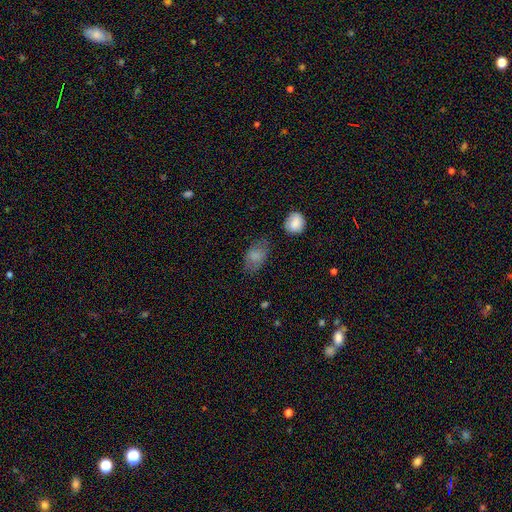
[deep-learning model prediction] Smooth or featured?
  - smooth: 81% *
  - featured or disk: 10%
  - star or artifact: 9%
How rounded?
  - in between: 86% *
  - round: 12%
  - cigar-shaped: 2%
Merging?
  - none: 66% *
  - minor disturbance: 23%
  - major disturbance: 8%
  - merger: 4%